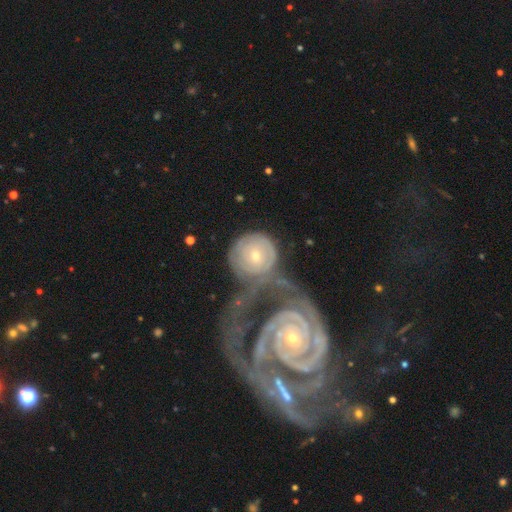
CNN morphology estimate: Q: Smooth or featured?
A: featured or disk (62%); runner-up: smooth (32%)
Q: Edge-on disk?
A: no (96%); runner-up: yes (4%)
Q: Bar?
A: no (70%); runner-up: weak (22%)
Q: Spiral arms?
A: yes (81%); runner-up: no (19%)
Q: Bulge size?
A: small (57%); runner-up: moderate (39%)
Q: Merging?
A: merger (41%); runner-up: none (38%)